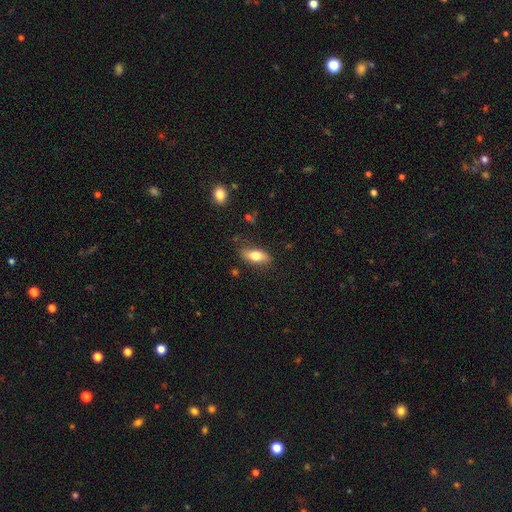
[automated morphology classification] smooth_or_featured: smooth (p=0.74) [alt: featured or disk p=0.19]
how_rounded: in between (p=0.77) [alt: cigar-shaped p=0.19]
merging: none (p=0.80) [alt: minor disturbance p=0.15]